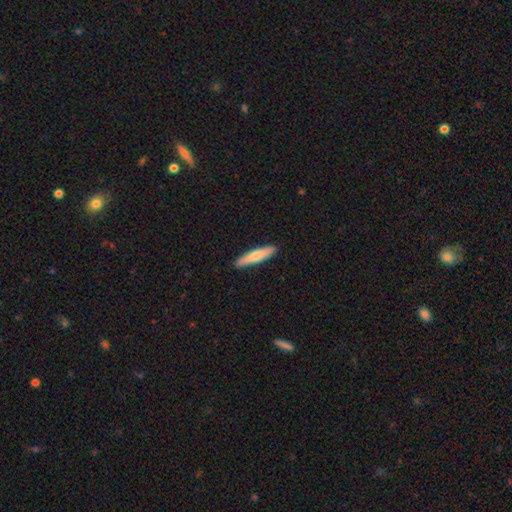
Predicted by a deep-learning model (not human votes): This appears to be a smooth galaxy with no disk features (70%) that is cigar-shaped (86%). Merging: none (90%).